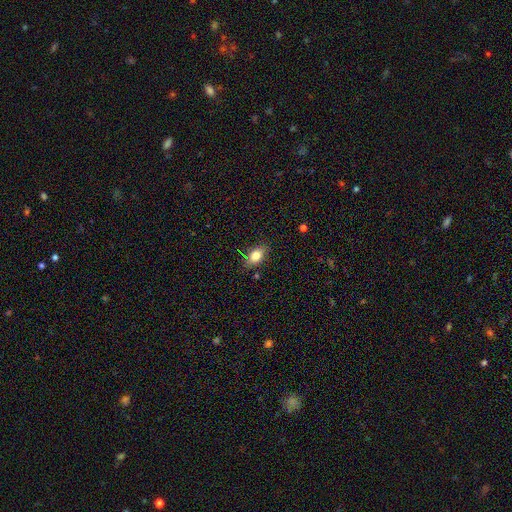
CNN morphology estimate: smooth_or_featured: smooth (p=0.76) [alt: featured or disk p=0.14]
how_rounded: in between (p=0.81) [alt: round p=0.13]
merging: none (p=0.78) [alt: minor disturbance p=0.16]